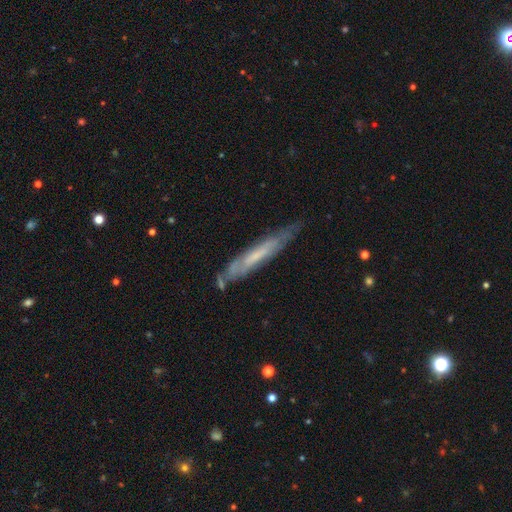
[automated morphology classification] A featured or disk galaxy (59%) viewed edge-on (70%).

Vote fractions:
- Smooth or featured? featured or disk: 59% / smooth: 34% / star or artifact: 7%
- Edge-on disk? yes: 70% / no: 30%
- Merging? none: 69% / minor disturbance: 23% / major disturbance: 5% / merger: 3%